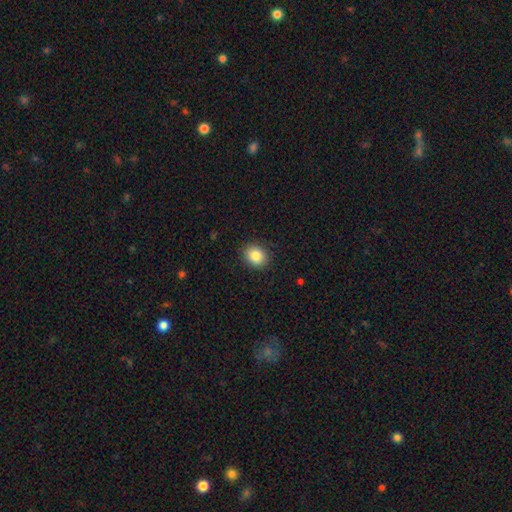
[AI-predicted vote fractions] smooth_or_featured: smooth (p=0.85) [alt: star or artifact p=0.09]
how_rounded: round (p=0.69) [alt: in between p=0.30]
merging: none (p=0.90) [alt: minor disturbance p=0.07]